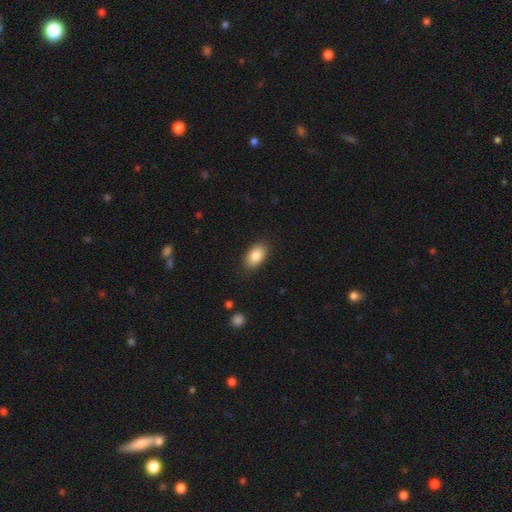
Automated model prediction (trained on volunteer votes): smooth_or_featured: smooth (p=0.86) [alt: featured or disk p=0.07]
how_rounded: in between (p=0.92) [alt: round p=0.06]
merging: none (p=0.86) [alt: minor disturbance p=0.11]